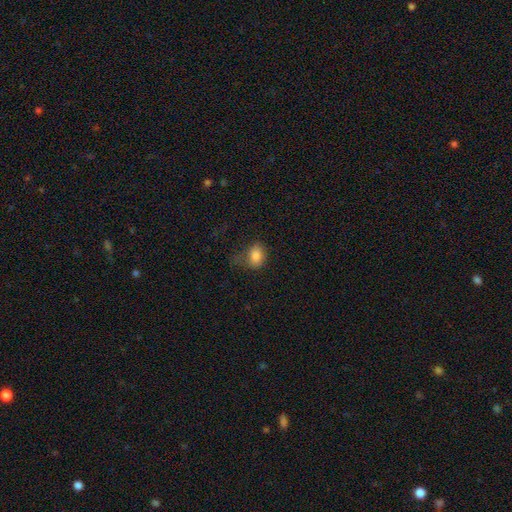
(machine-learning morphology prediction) Smooth or featured? Predicted: smooth (p=0.83). How rounded? Predicted: in between (p=0.75). Merging? Predicted: none (p=0.45).